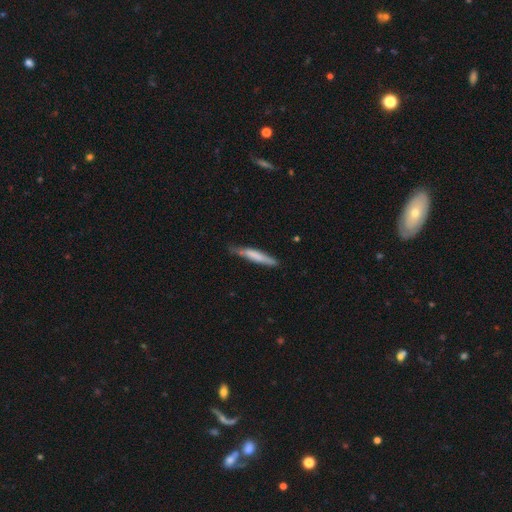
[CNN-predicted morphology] This appears to be a smooth galaxy with no disk features (65%) that is cigar-shaped (92%). Merging: none (66%).